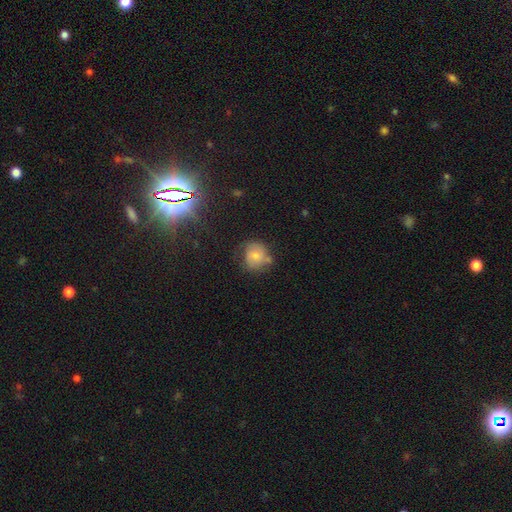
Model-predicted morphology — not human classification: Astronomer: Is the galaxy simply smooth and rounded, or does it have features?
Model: smooth — 59%.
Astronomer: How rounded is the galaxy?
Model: round — 81%.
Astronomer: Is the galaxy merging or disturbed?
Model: none — 54%.